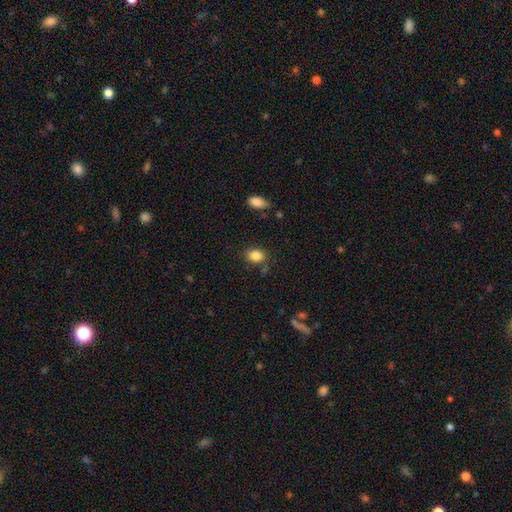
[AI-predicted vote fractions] Smooth or featured: smooth — 85% (star or artifact — 9%)
How rounded: in between — 64% (round — 35%)
Merging: none — 80% (minor disturbance — 13%)